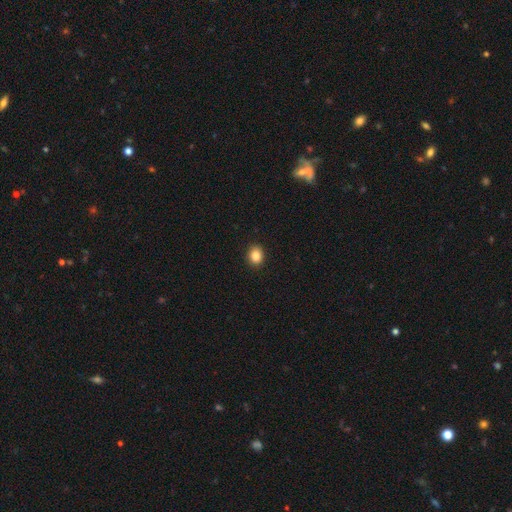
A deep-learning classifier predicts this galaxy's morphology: Overall: smooth (87%). How rounded: round (61%; in between 38%). Merging: none (91%).